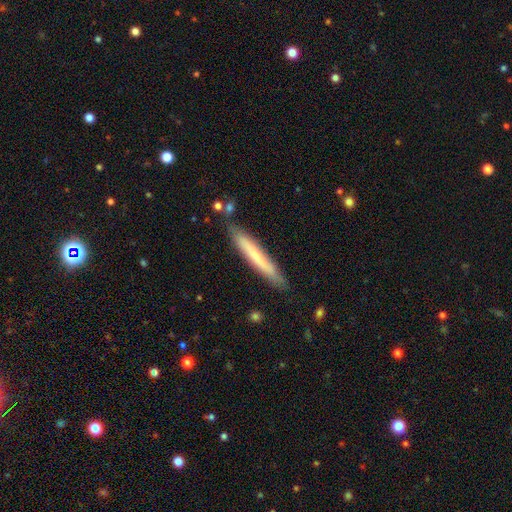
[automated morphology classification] A smooth galaxy with no disk features (57%) that is cigar-shaped (94%). Merging: none (83%).